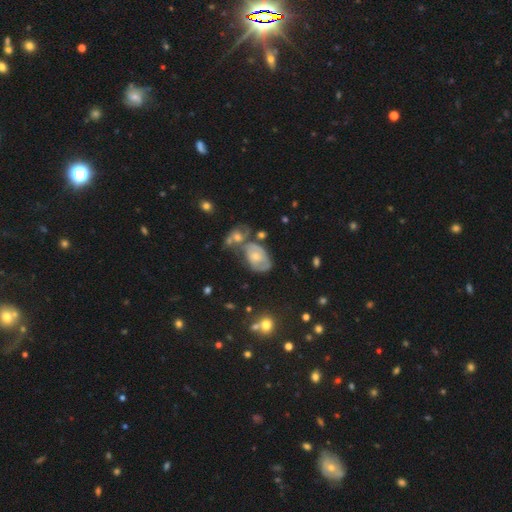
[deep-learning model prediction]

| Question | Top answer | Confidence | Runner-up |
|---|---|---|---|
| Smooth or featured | featured or disk | 63% | smooth (28%) |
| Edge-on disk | no | 95% | yes (5%) |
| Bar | no | 75% | weak (21%) |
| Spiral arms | yes | 66% | no (34%) |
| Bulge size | small | 50% | moderate (44%) |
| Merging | none | 35% | merger (30%) |